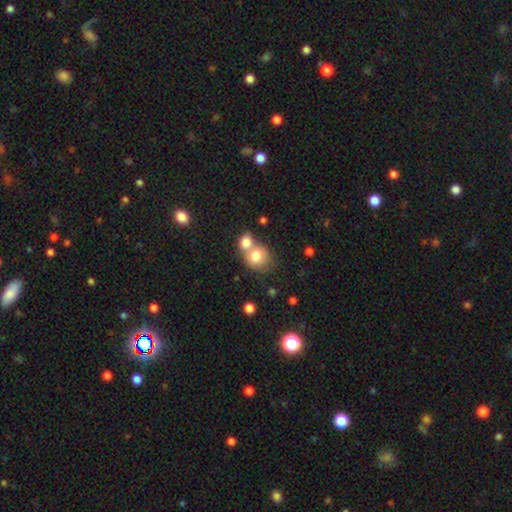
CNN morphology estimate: Smooth or featured?
  - smooth: 76% *
  - featured or disk: 15%
  - star or artifact: 9%
How rounded?
  - round: 69% *
  - in between: 30%
  - cigar-shaped: 1%
Merging?
  - merger: 60% *
  - none: 28%
  - minor disturbance: 8%
  - major disturbance: 4%